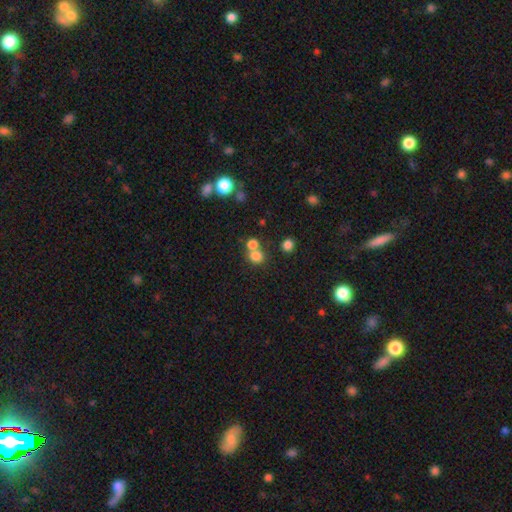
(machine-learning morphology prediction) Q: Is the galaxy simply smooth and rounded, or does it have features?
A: smooth — 76%.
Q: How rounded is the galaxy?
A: round — 82%.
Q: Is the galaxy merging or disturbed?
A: none — 49%.